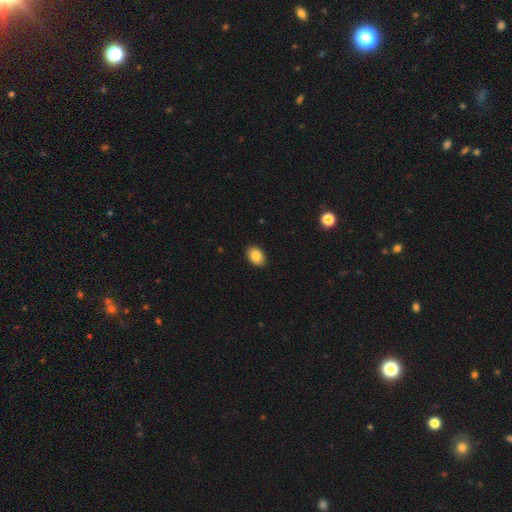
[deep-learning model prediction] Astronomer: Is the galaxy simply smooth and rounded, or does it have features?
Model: smooth — 85%.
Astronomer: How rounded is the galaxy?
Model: in between — 81%.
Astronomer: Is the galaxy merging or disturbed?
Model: none — 90%.